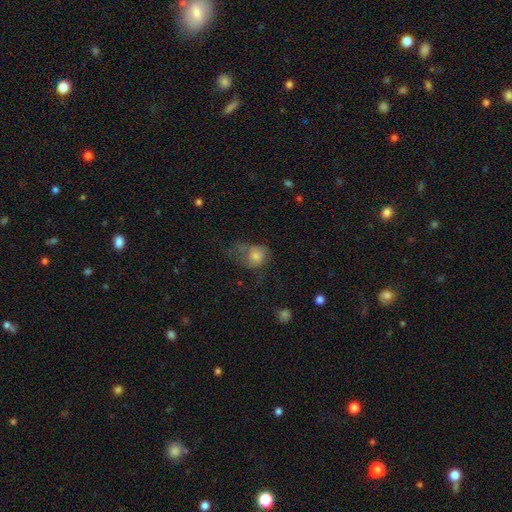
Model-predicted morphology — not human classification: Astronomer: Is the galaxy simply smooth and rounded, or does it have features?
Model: smooth — 65%.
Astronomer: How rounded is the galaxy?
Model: in between — 50% (runner-up: round, 49%).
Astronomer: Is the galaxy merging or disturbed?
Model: major disturbance — 45% (runner-up: none, 26%).